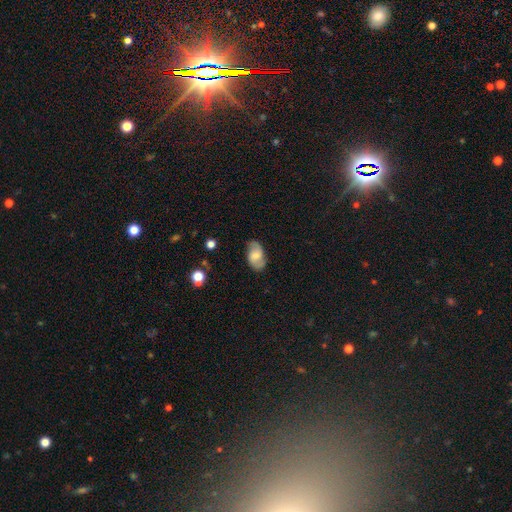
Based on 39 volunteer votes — smooth-or-featured: smooth: 46% | featured or disk: 44% | star or artifact: 10%
  how-rounded: in between: 89% | round: 11% | cigar-shaped: 0%
  merging: none: 63% | minor disturbance: 26% | major disturbance: 11% | merger: 0%